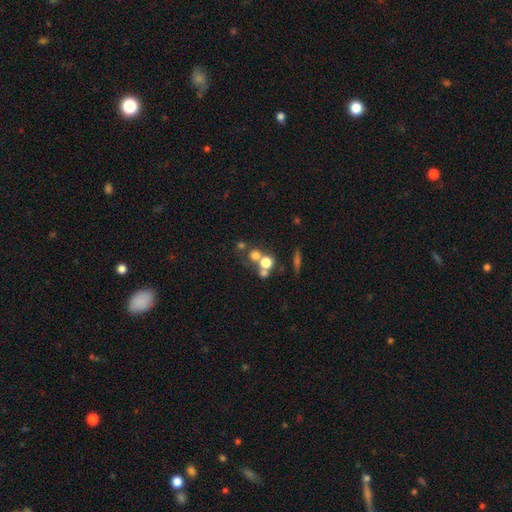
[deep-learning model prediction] Smooth or featured? Predicted: smooth (p=0.64). How rounded? Predicted: round (p=0.84). Merging? Predicted: none (p=0.45).